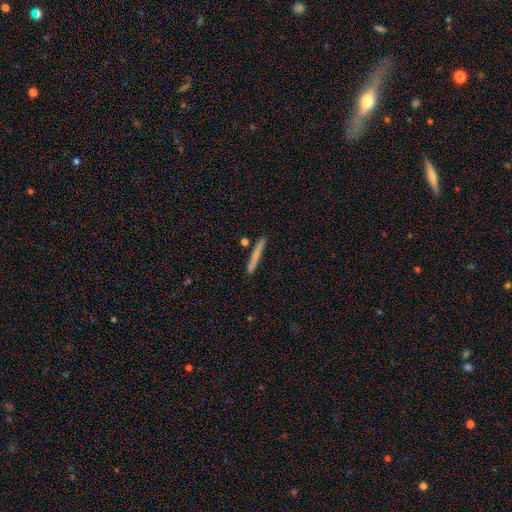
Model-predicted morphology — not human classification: The model was most divided on "smooth or featured": smooth: 67%, featured or disk: 27%, star or artifact: 6%. More confident: how rounded — cigar-shaped (96%); merging — none (85%).